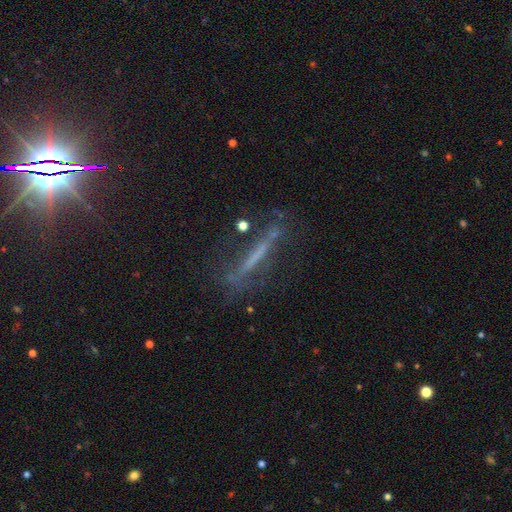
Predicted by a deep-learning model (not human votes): smooth-or-featured: featured or disk: 51% | smooth: 28% | star or artifact: 21%
  disk-edge-on: yes: 72% | no: 28%
  merging: none: 68% | minor disturbance: 18% | major disturbance: 11% | merger: 3%